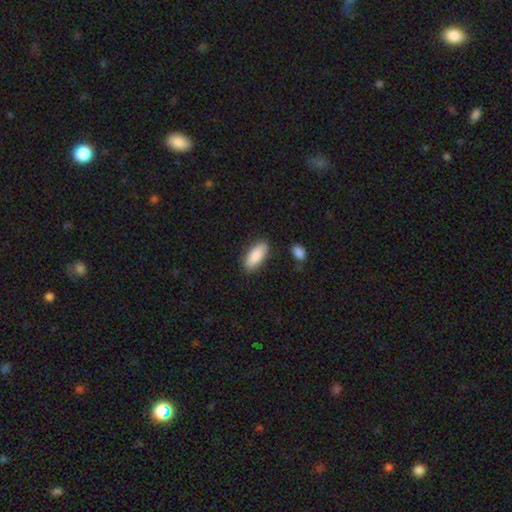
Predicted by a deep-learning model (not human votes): The model was most divided on "how rounded": in between: 82%, cigar-shaped: 16%, round: 2%. More confident: smooth or featured — smooth (88%); merging — none (83%).